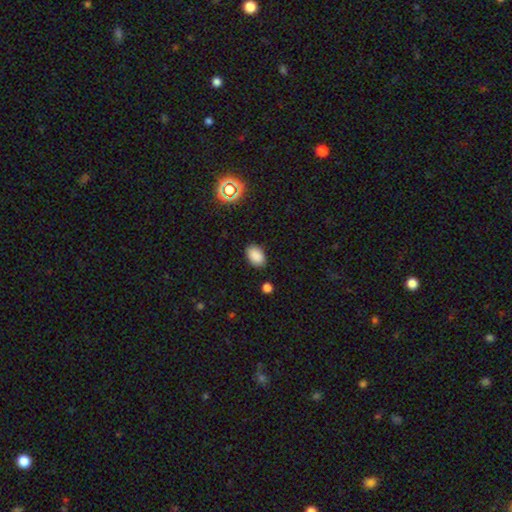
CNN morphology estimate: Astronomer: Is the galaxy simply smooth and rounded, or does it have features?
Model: smooth — 87%.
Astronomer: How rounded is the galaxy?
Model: in between — 88%.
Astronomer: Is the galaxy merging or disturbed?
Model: none — 86%.